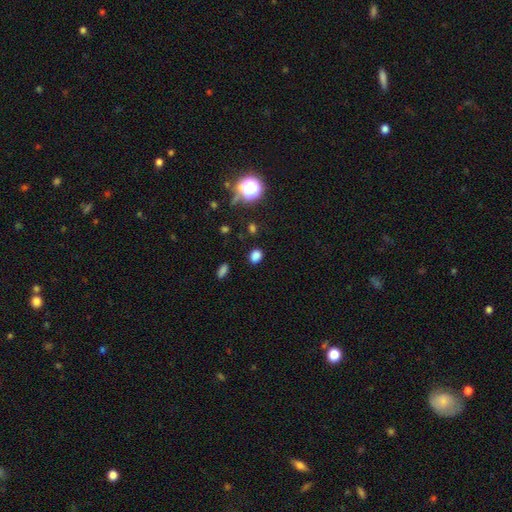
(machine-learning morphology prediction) Smooth or featured? Predicted: smooth (p=0.78). How rounded? Predicted: in between (p=0.58). Merging? Predicted: none (p=0.84).